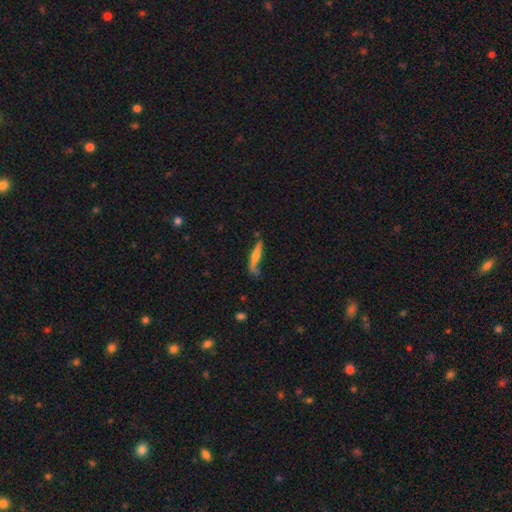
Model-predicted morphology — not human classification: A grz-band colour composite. It shows a smooth galaxy with no disk features (50%) that is cigar-shaped (88%). Merging: none (54%).